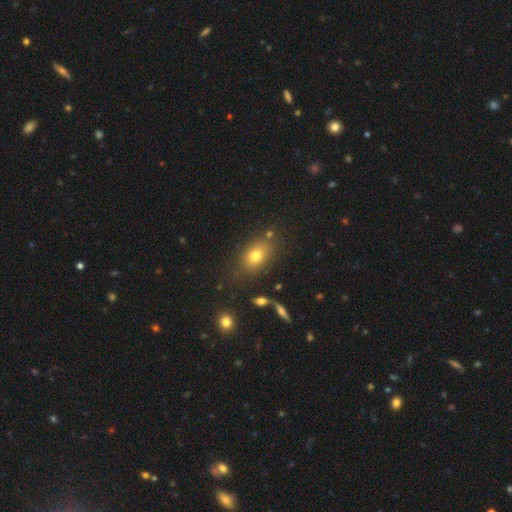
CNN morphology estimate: smooth-or-featured: smooth: 75% | star or artifact: 13% | featured or disk: 13%
  how-rounded: in between: 78% | round: 20% | cigar-shaped: 3%
  merging: none: 77% | minor disturbance: 13% | merger: 5% | major disturbance: 5%